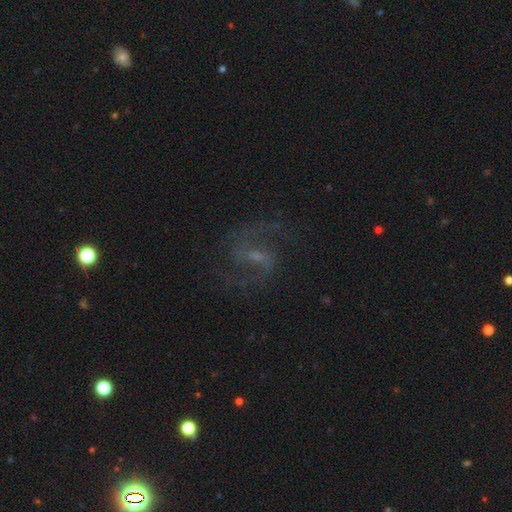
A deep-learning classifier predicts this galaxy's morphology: Smooth or featured?
  - featured or disk: 80% *
  - star or artifact: 11%
  - smooth: 9%
Edge-on disk?
  - no: 97% *
  - yes: 3%
Bar?
  - weak: 55% *
  - strong: 26%
  - no: 19%
Spiral arms?
  - yes: 94% *
  - no: 6%
Spiral winding?
  - medium: 50% *
  - loose: 39%
  - tight: 10%
Spiral arm count?
  - 2: 89% *
  - can't tell: 5%
  - 1: 2%
  - 3: 2%
  - 4: 1%
  - more than 4: 1%
Bulge size?
  - small: 53% *
  - moderate: 26%
  - none: 17%
  - large: 3%
  - dominant: 1%
Merging?
  - none: 73% *
  - minor disturbance: 14%
  - major disturbance: 12%
  - merger: 2%